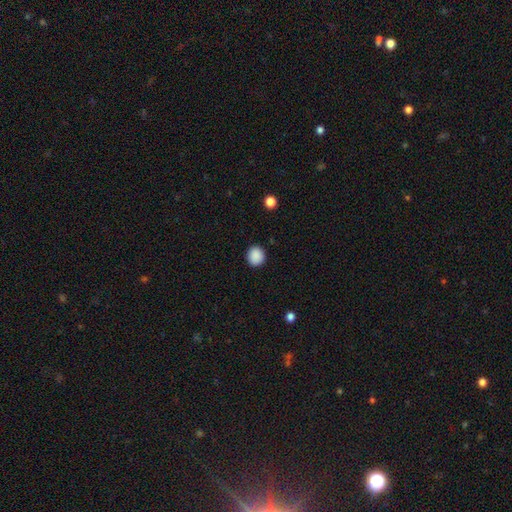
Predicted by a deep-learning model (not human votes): A smooth galaxy with no disk features (89%) that is round (88%). Merging: none (91%).